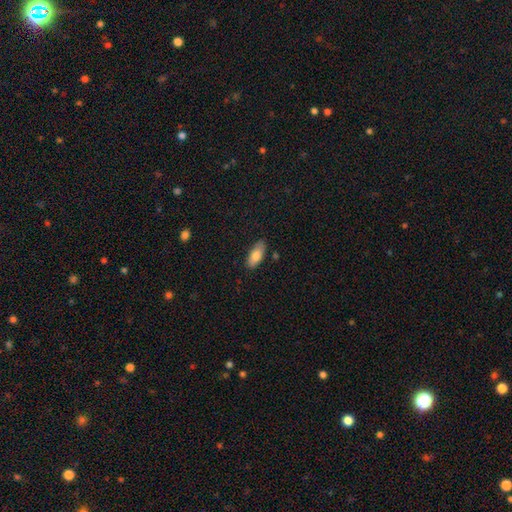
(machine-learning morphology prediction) Overall: smooth (83%). How rounded: in between (83%). Merging: none (82%).